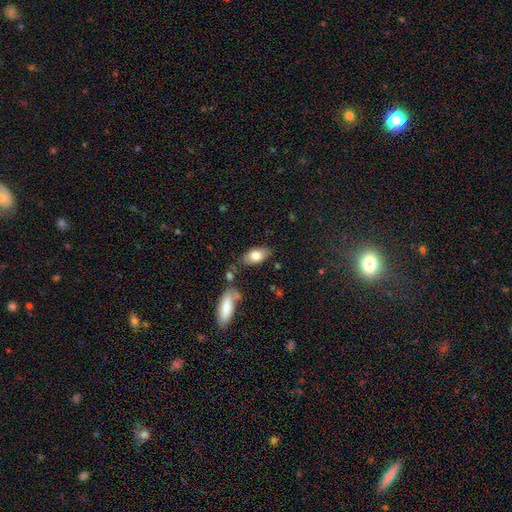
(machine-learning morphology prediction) This appears to be a smooth galaxy with no disk features (78%) that is in between round and cigar-shaped (91%). Merging: none (73%).